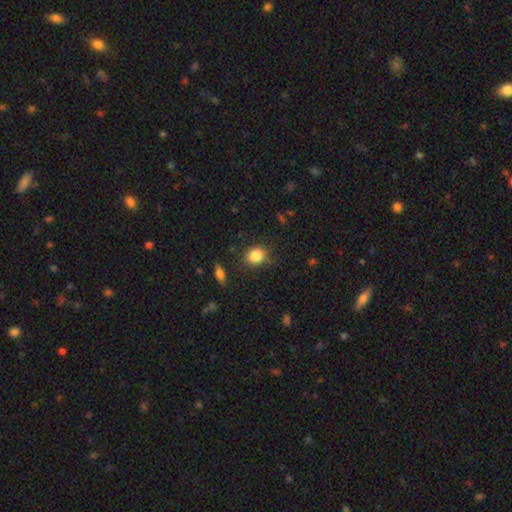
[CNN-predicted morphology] Smooth or featured?
  - smooth: 85% *
  - star or artifact: 9%
  - featured or disk: 5%
How rounded?
  - round: 66% *
  - in between: 33%
  - cigar-shaped: 1%
Merging?
  - none: 80% *
  - minor disturbance: 14%
  - major disturbance: 4%
  - merger: 2%